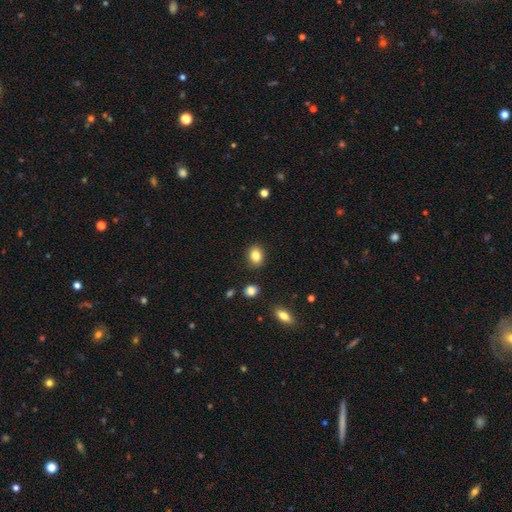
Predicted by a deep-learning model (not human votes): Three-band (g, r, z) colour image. It shows a smooth galaxy with no disk features (84%) that is in between round and cigar-shaped (57%). Merging: none (88%).